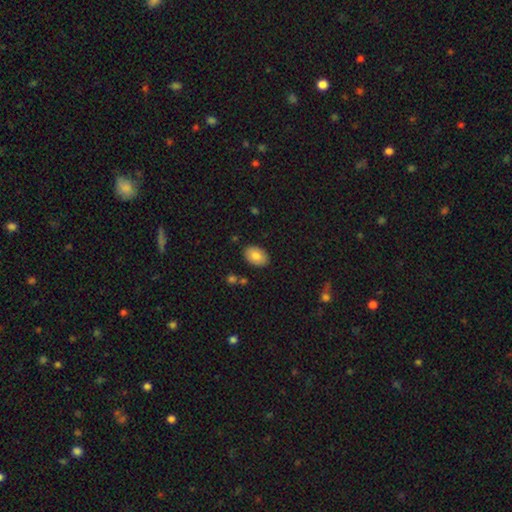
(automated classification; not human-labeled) This appears to be a smooth galaxy with no disk features (83%) that is in between round and cigar-shaped (89%). Merging: none (87%).